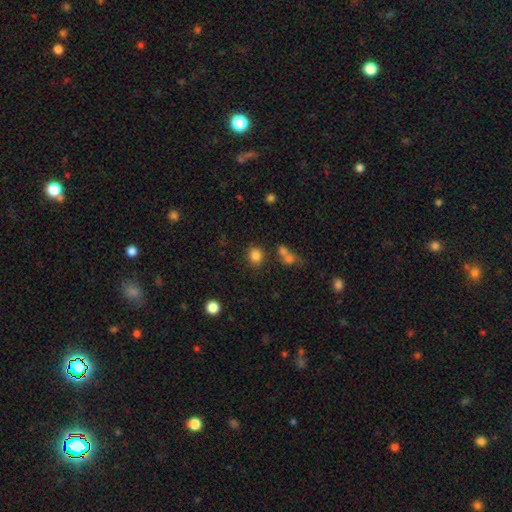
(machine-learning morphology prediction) A smooth galaxy with no disk features (82%) that is round (79%). Merging: none (79%).